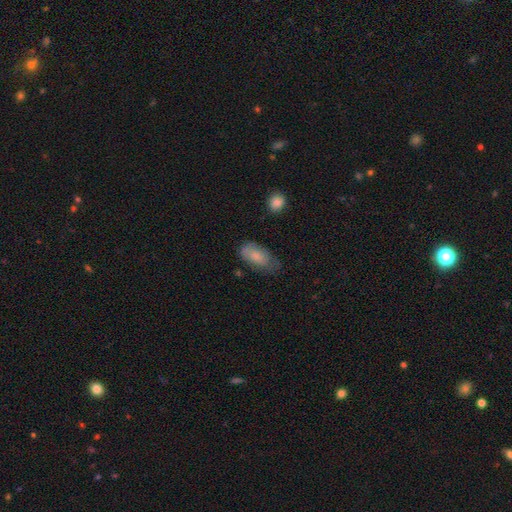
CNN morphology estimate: smooth 70%, featured or disk 23%, star or artifact 7%. Down the decision tree: how rounded — in between (92%); merging — none (51%).